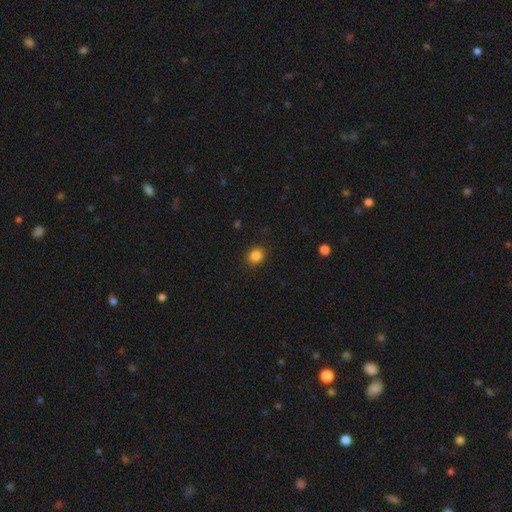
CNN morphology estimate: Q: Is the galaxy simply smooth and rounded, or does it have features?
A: smooth — 85%.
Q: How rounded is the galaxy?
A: round — 78%.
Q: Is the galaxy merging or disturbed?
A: none — 90%.